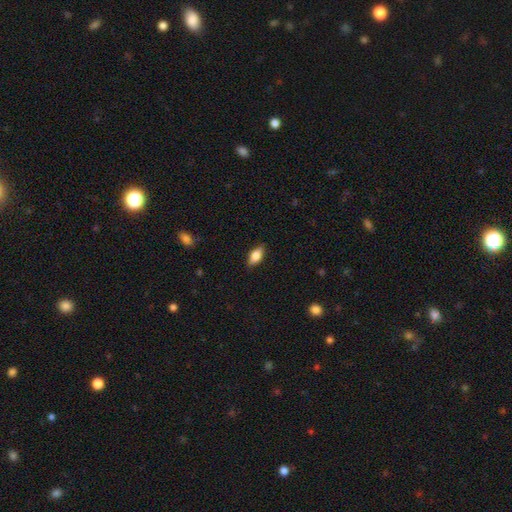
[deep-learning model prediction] Smooth or featured? Predicted: smooth (p=0.76). How rounded? Predicted: in between (p=0.86). Merging? Predicted: none (p=0.86).